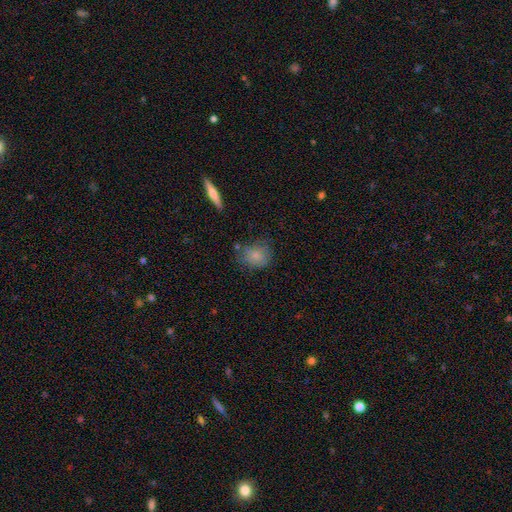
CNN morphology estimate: Smooth or featured: smooth — 78% (featured or disk — 13%)
How rounded: round — 60% (in between — 38%)
Merging: none — 63% (minor disturbance — 25%)